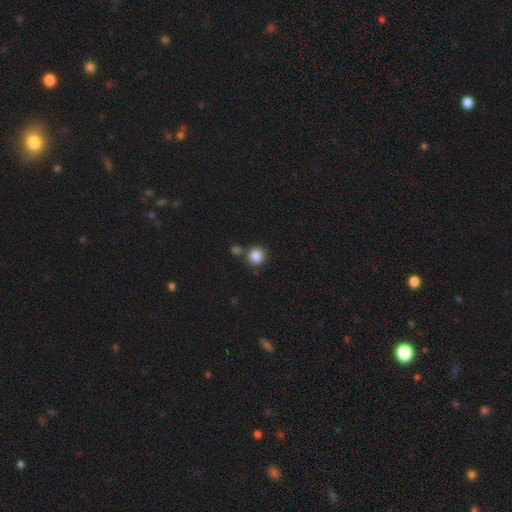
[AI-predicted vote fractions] Smooth or featured? Predicted: smooth (p=0.87). How rounded? Predicted: round (p=0.92). Merging? Predicted: none (p=0.76).